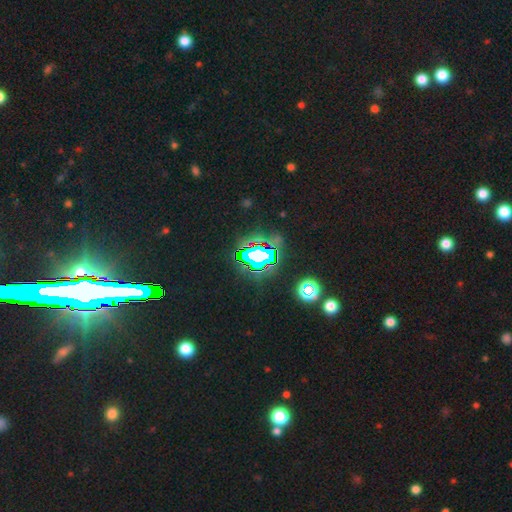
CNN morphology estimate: Q: Smooth or featured?
A: star or artifact (80%); runner-up: smooth (12%)